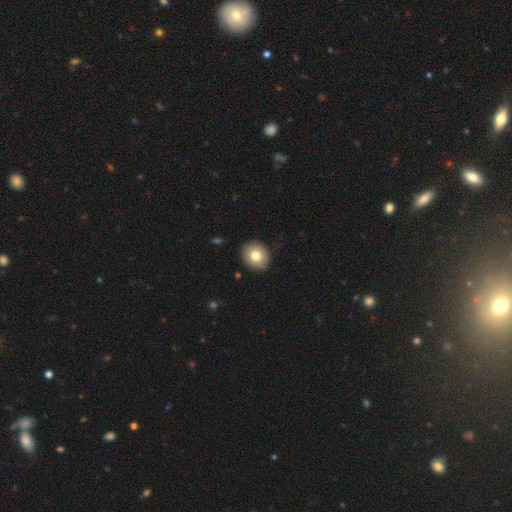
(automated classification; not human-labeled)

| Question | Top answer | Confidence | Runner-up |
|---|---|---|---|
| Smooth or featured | smooth | 79% | featured or disk (12%) |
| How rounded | round | 73% | in between (26%) |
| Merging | none | 87% | minor disturbance (10%) |